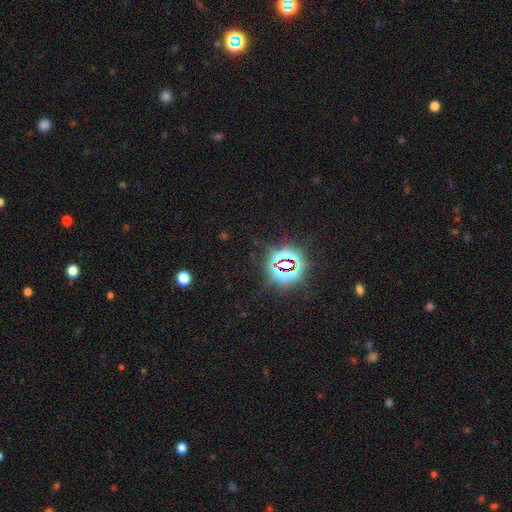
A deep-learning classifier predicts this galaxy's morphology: Smooth or featured: star or artifact — 81% (smooth — 12%)